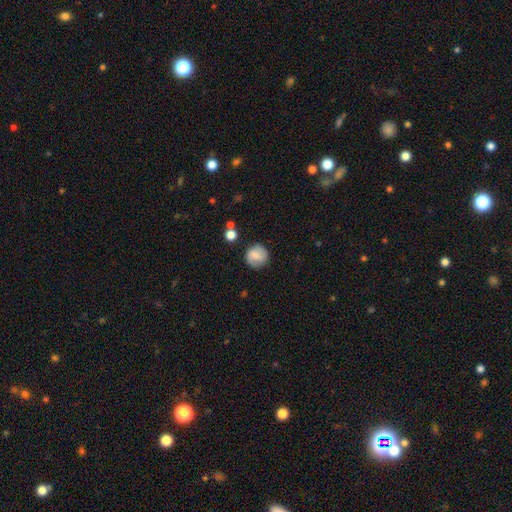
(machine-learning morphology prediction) A smooth galaxy with no disk features (71%) that is round (90%). Merging: none (81%).